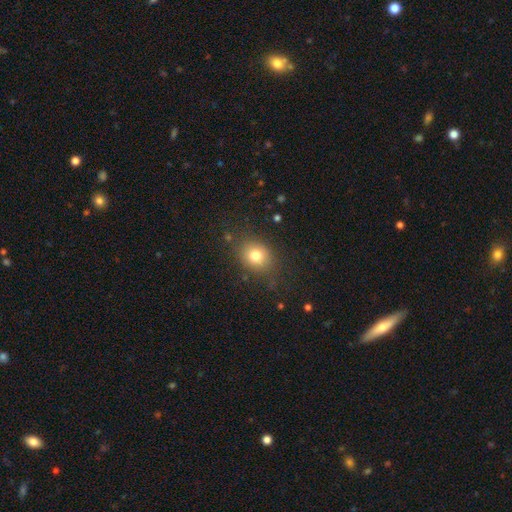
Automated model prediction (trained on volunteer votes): Morphology: type=smooth (77%); roundness=round (58%); merging=none (82%).